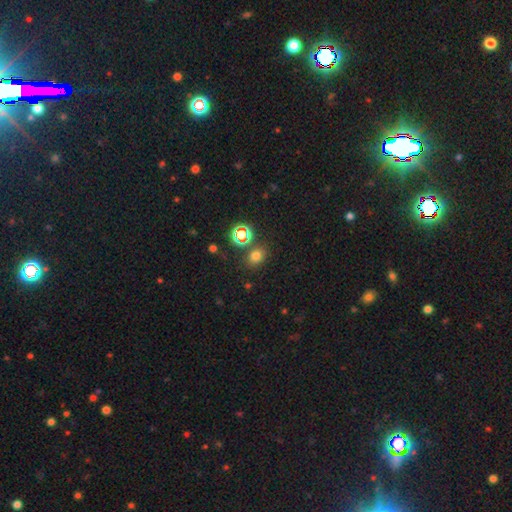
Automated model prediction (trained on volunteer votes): Overall: smooth (69%). How rounded: round (54%; in between 45%). Merging: none (77%).